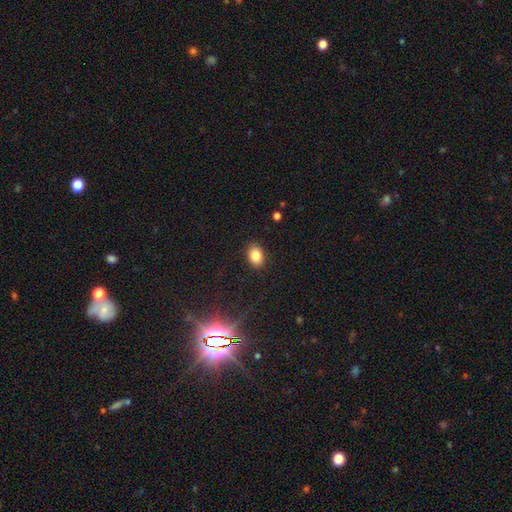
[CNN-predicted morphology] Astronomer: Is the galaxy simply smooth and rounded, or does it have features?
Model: smooth — 83%.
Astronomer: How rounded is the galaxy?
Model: in between — 75%.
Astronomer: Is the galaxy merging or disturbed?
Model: none — 89%.